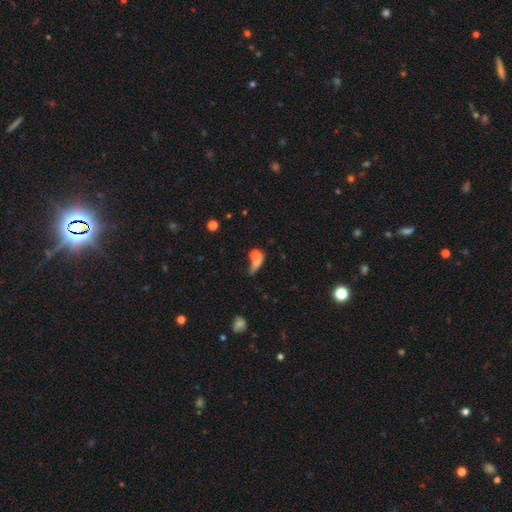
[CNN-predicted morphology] This is likely a smooth galaxy (65%). How rounded: possibly round (49%). Merging: marginally none (35%).